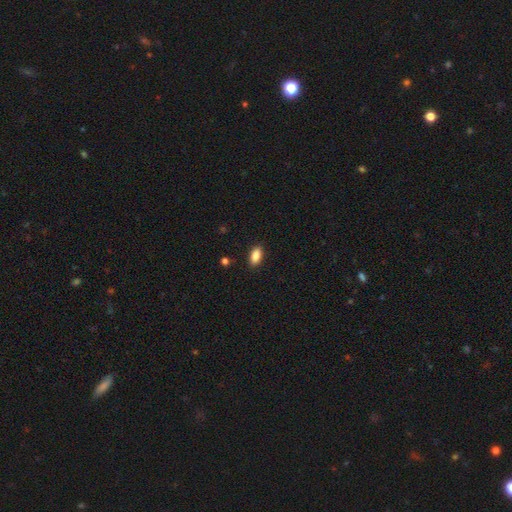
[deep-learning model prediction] Q: Smooth or featured?
A: smooth (88%); runner-up: star or artifact (8%)
Q: How rounded?
A: in between (90%); runner-up: cigar-shaped (5%)
Q: Merging?
A: none (88%); runner-up: minor disturbance (8%)